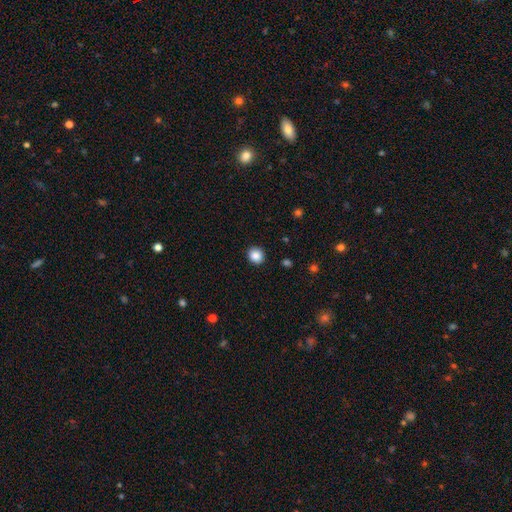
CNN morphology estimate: Q: Smooth or featured?
A: smooth (87%); runner-up: star or artifact (9%)
Q: How rounded?
A: round (86%); runner-up: in between (13%)
Q: Merging?
A: none (91%); runner-up: minor disturbance (6%)